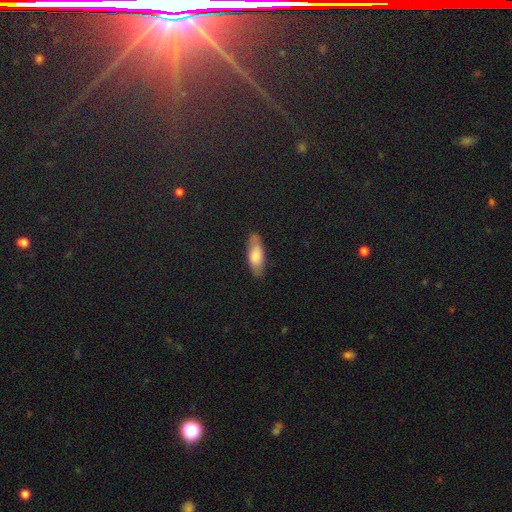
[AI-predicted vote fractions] Overall: smooth (74%). How rounded: in between (68%; cigar-shaped 29%). Merging: none (79%).